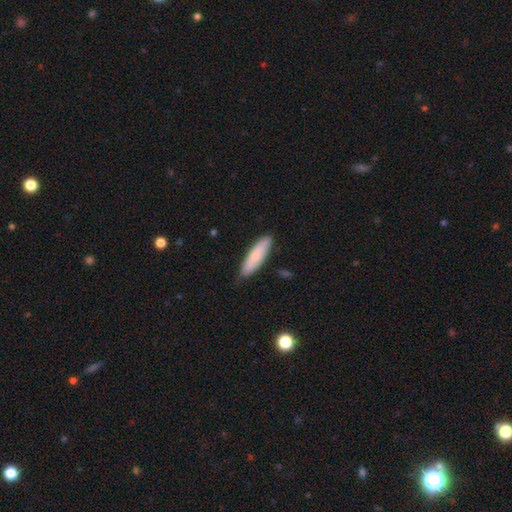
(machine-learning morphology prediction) Overall: smooth (79%). How rounded: cigar-shaped (63%; in between 36%). Merging: none (79%).